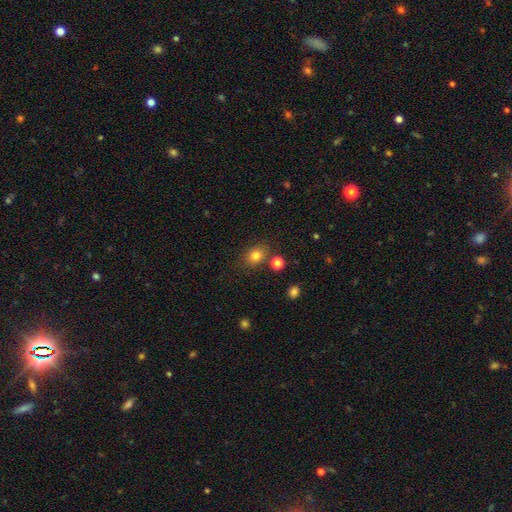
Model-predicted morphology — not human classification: Smooth or featured? smooth (81%)
How rounded? in between (52%)
Merging? none (78%)